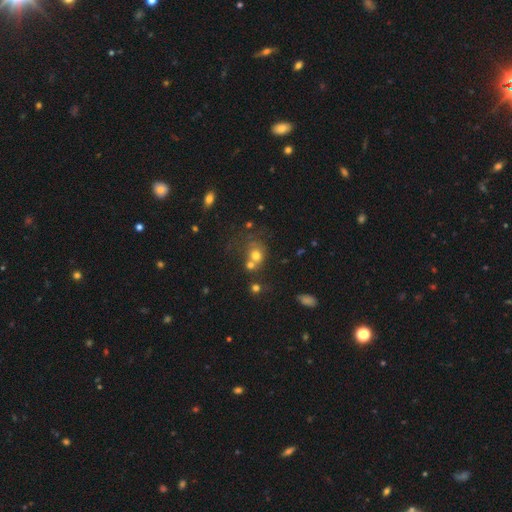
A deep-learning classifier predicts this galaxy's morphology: smooth 68%, featured or disk 17%, star or artifact 16%. Down the decision tree: how rounded — round (67%); merging — merger (42%).